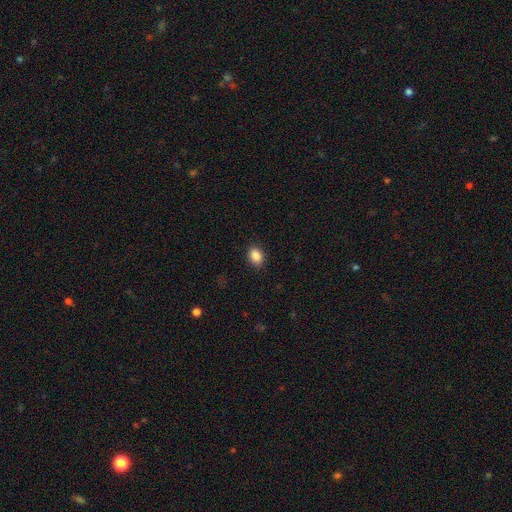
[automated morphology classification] Smooth or featured? smooth (88%)
How rounded? in between (68%)
Merging? none (89%)